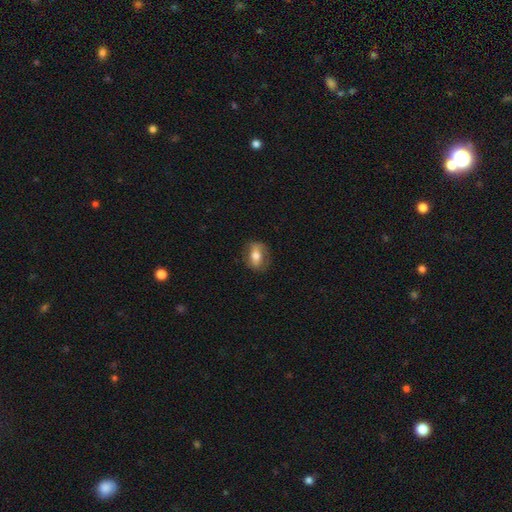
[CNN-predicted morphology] smooth 59%, featured or disk 34%, star or artifact 8%. Down the decision tree: how rounded — in between (69%); merging — none (75%).